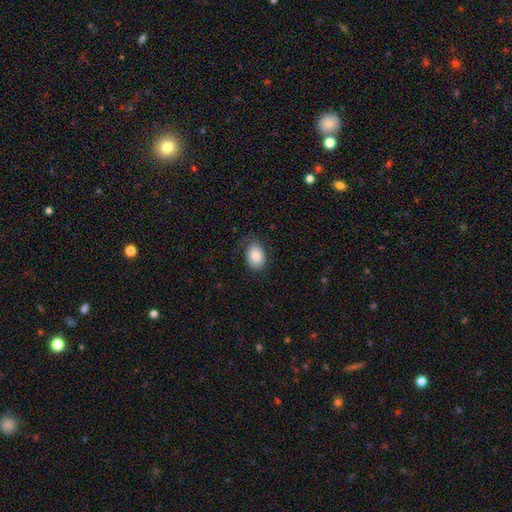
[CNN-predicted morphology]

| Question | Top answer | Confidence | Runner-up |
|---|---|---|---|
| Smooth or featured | smooth | 86% | featured or disk (7%) |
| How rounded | in between | 80% | round (19%) |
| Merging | none | 72% | minor disturbance (20%) |